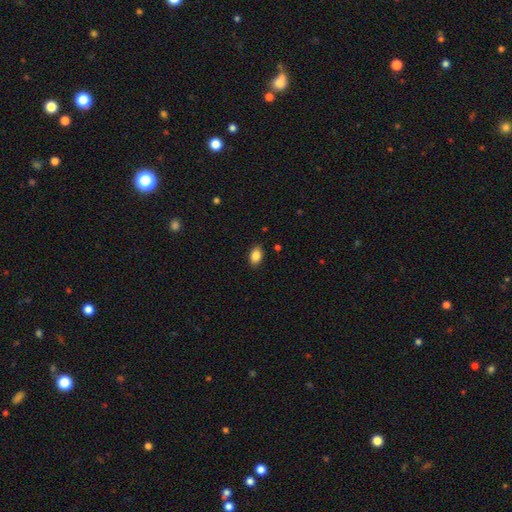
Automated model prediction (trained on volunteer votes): A smooth galaxy with no disk features (86%) that is in between round and cigar-shaped (86%). Merging: none (88%).